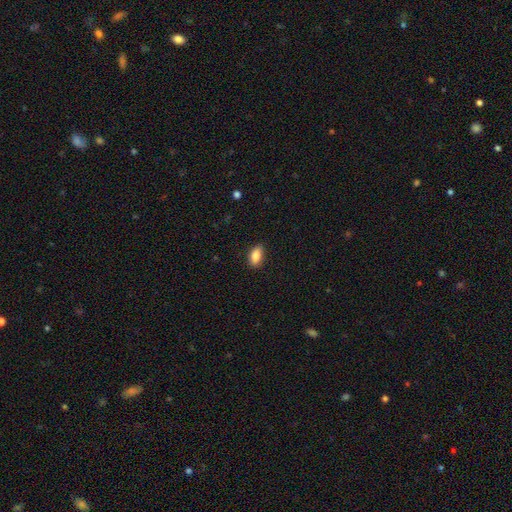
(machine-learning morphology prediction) Smooth or featured? smooth (86%)
How rounded? in between (89%)
Merging? none (82%)